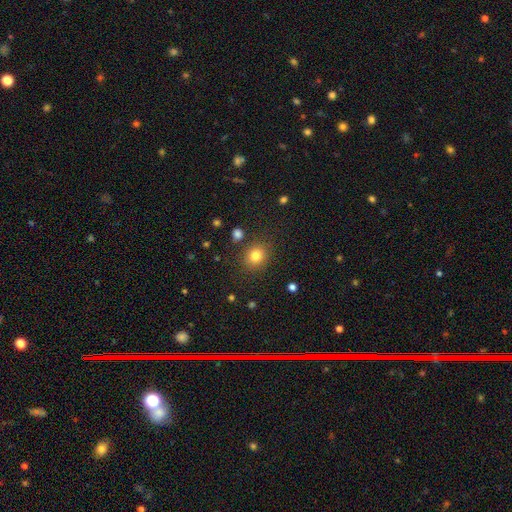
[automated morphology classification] Overall: smooth (81%). How rounded: round (75%). Merging: none (85%).